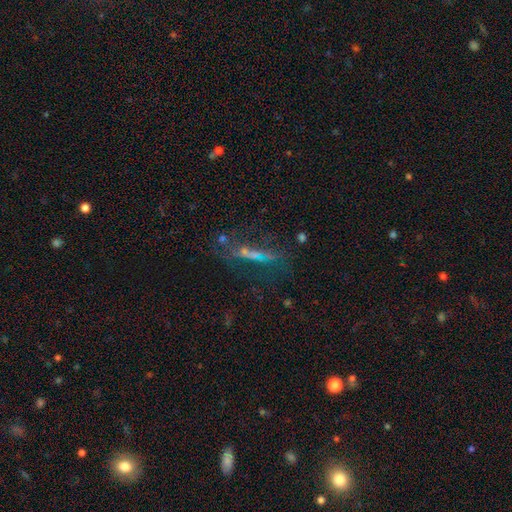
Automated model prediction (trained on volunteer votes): A featured or disk galaxy (47%).

Vote fractions:
- Smooth or featured? featured or disk: 47% / smooth: 27% / star or artifact: 26%
- Merging? none: 58% / major disturbance: 17% / minor disturbance: 17% / merger: 8%